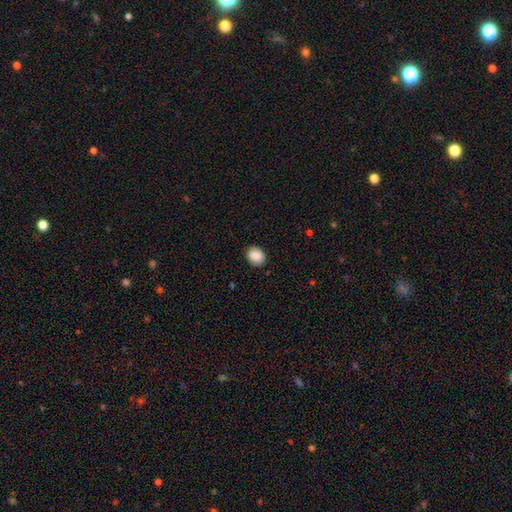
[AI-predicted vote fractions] Smooth or featured: smooth — 89% (star or artifact — 8%)
How rounded: round — 52% (in between — 47%)
Merging: none — 88% (minor disturbance — 9%)